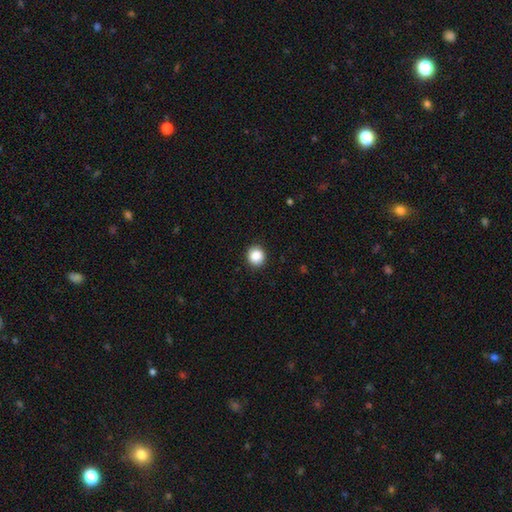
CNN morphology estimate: smooth_or_featured: smooth (p=0.88) [alt: star or artifact p=0.09]
how_rounded: round (p=0.91) [alt: in between p=0.08]
merging: none (p=0.92) [alt: minor disturbance p=0.06]